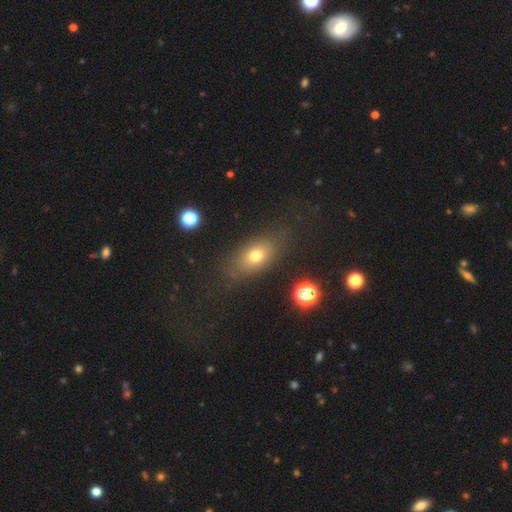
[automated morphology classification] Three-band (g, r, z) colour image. It shows a smooth galaxy with no disk features (70%) that is in between round and cigar-shaped (76%). Merging: none (79%).